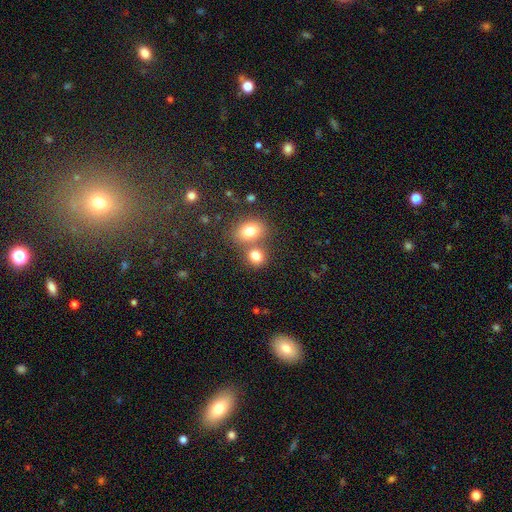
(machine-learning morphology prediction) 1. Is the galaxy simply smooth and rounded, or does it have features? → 79% smooth, 12% star or artifact, 9% featured or disk.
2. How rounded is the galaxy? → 62% round, 36% in between, 1% cigar-shaped.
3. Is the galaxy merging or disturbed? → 51% none, 37% merger, 8% minor disturbance, 3% major disturbance.